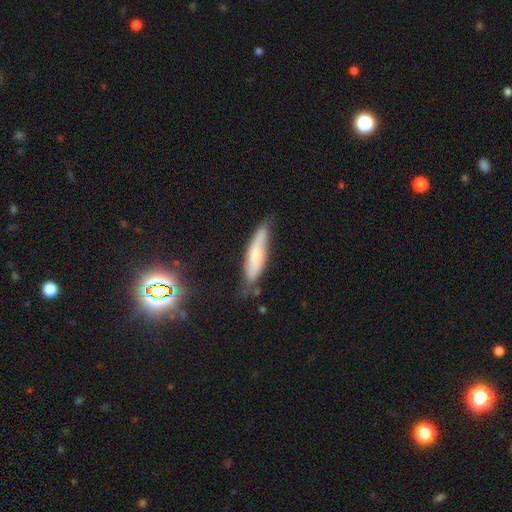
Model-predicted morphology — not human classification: Overall: smooth (59%; featured or disk 32%). How rounded: cigar-shaped (74%). Merging: none (61%; minor disturbance 30%).